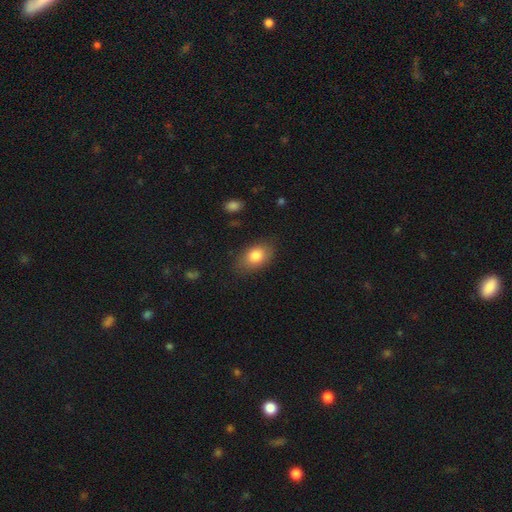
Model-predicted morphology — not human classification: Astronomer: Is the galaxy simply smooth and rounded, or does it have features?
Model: smooth — 82%.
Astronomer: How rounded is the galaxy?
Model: in between — 84%.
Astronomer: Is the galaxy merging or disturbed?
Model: none — 81%.